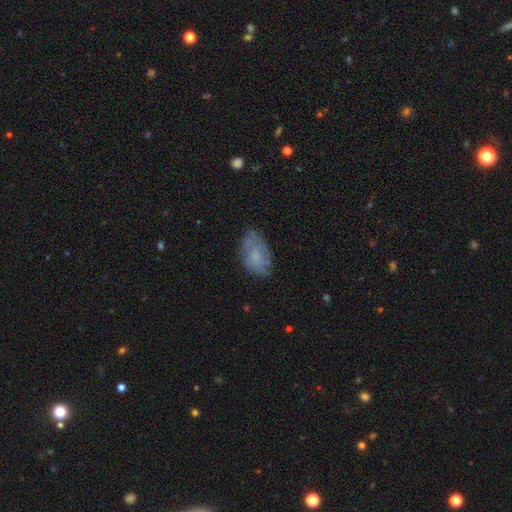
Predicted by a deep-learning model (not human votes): smooth 61%, featured or disk 30%, star or artifact 9%. Down the decision tree: how rounded — in between (91%); merging — none (63%).